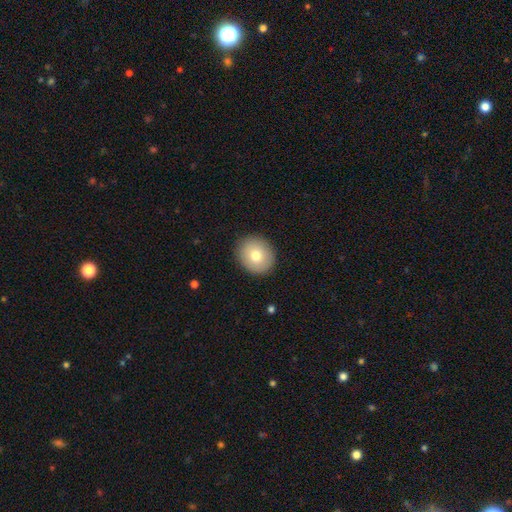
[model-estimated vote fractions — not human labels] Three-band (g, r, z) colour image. It shows a smooth galaxy with no disk features (75%) that is round (78%). Merging: none (90%).